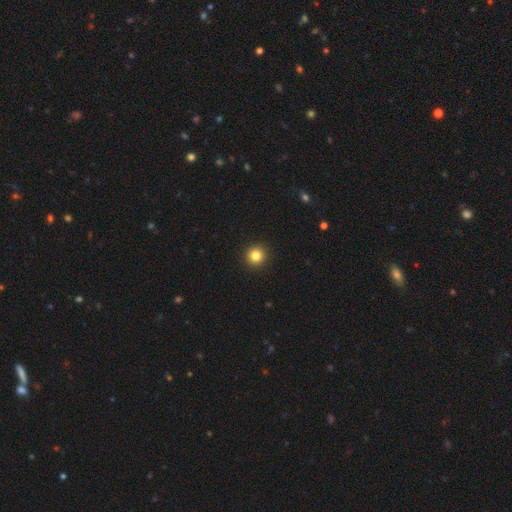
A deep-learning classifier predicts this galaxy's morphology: Smooth or featured?
  - smooth: 83% *
  - star or artifact: 12%
  - featured or disk: 5%
How rounded?
  - round: 95% *
  - in between: 4%
  - cigar-shaped: 1%
Merging?
  - none: 93% *
  - minor disturbance: 4%
  - major disturbance: 2%
  - merger: 1%